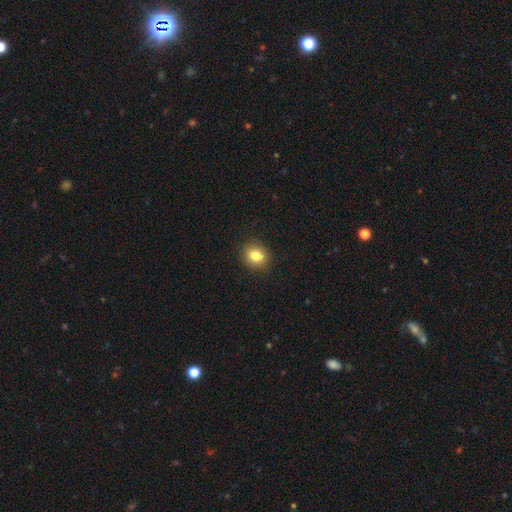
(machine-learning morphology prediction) smooth 81%, star or artifact 10%, featured or disk 8%. Down the decision tree: how rounded — round (63%); merging — none (90%).